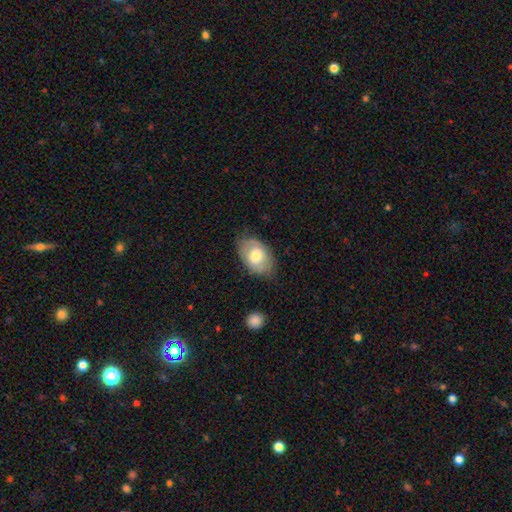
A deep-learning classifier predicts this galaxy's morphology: This is likely a smooth galaxy (66%). How rounded: clearly in between (90%). Merging: likely none (73%).